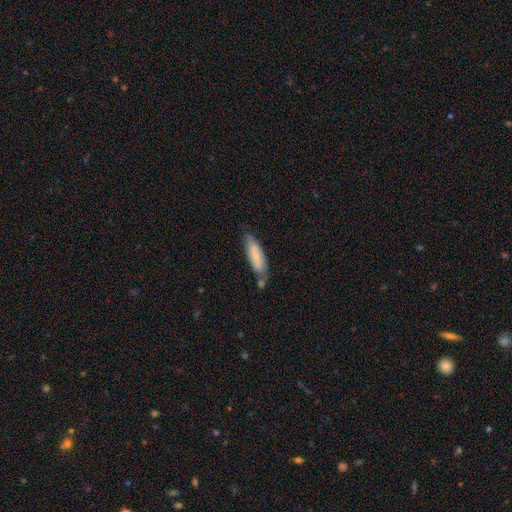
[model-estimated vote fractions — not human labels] Morphology: type=smooth (71%); roundness=cigar-shaped (57%); merging=none (58%).